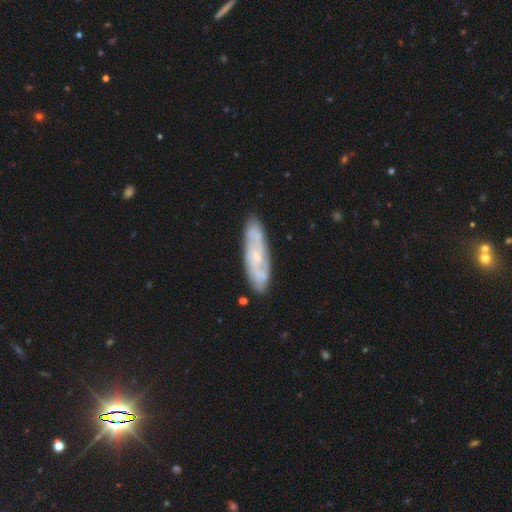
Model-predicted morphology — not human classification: Q: Smooth or featured?
A: featured or disk (73%); runner-up: smooth (21%)
Q: Edge-on disk?
A: no (81%); runner-up: yes (19%)
Q: Bar?
A: no (64%); runner-up: weak (30%)
Q: Spiral arms?
A: yes (88%); runner-up: no (12%)
Q: Spiral winding?
A: tight (49%); runner-up: medium (38%)
Q: Spiral arm count?
A: 2 (41%); runner-up: can't tell (37%)
Q: Bulge size?
A: small (68%); runner-up: moderate (24%)
Q: Merging?
A: none (83%); runner-up: minor disturbance (13%)